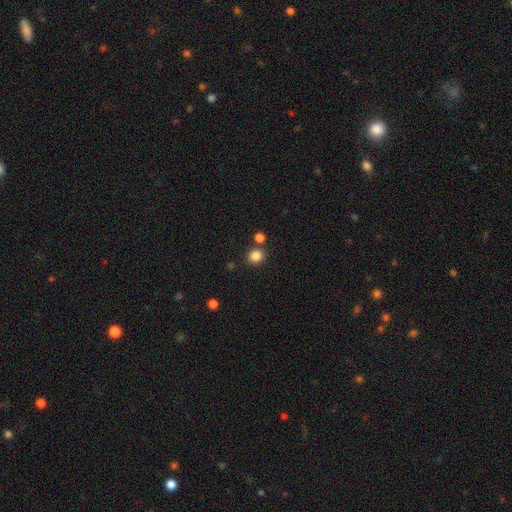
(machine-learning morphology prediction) This appears to be a smooth galaxy with no disk features (84%) that is round (80%). Merging: none (79%).